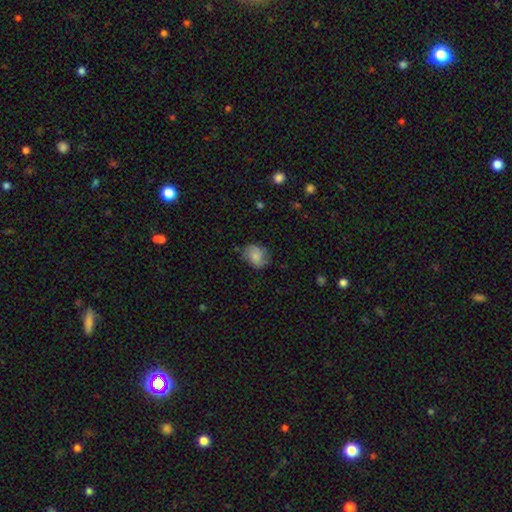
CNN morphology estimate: smooth-or-featured: smooth: 62% | featured or disk: 30% | star or artifact: 9%
  how-rounded: in between: 54% | round: 45% | cigar-shaped: 1%
  merging: none: 64% | minor disturbance: 25% | major disturbance: 9% | merger: 2%